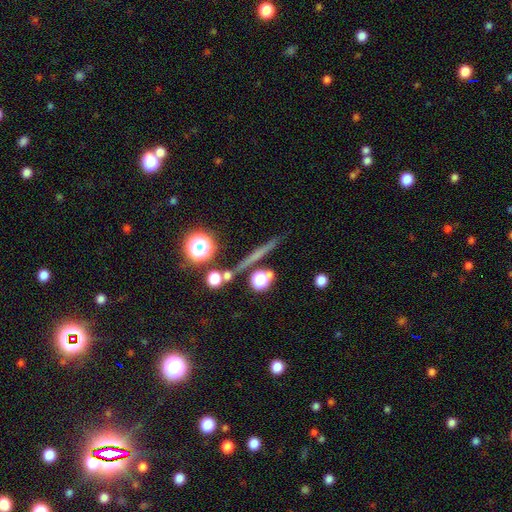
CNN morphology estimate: smooth-or-featured: featured or disk: 41% | smooth: 35% | star or artifact: 23%
  merging: none: 84% | minor disturbance: 8% | merger: 5% | major disturbance: 3%